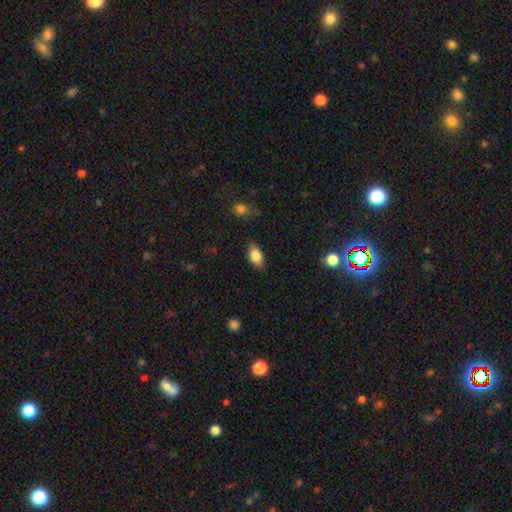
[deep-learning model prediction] A smooth galaxy with no disk features (81%) that is in between round and cigar-shaped (89%).

Vote fractions:
- Smooth or featured? smooth: 81% / featured or disk: 11% / star or artifact: 8%
- How rounded? in between: 89% / round: 7% / cigar-shaped: 4%
- Merging? none: 84% / minor disturbance: 12% / major disturbance: 3% / merger: 1%